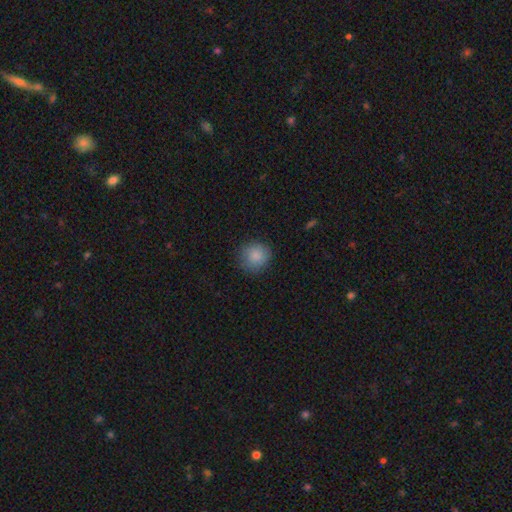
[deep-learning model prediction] Morphology: type=smooth (87%); roundness=round (92%); merging=none (86%).